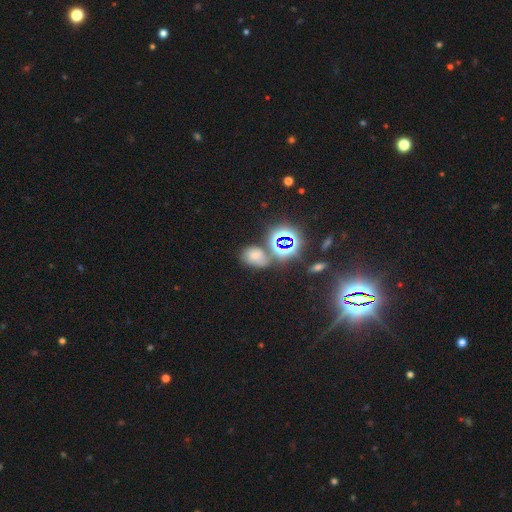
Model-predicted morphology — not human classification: Q: Smooth or featured?
A: smooth (46%); runner-up: star or artifact (37%)
Q: Merging?
A: none (50%); runner-up: minor disturbance (21%)